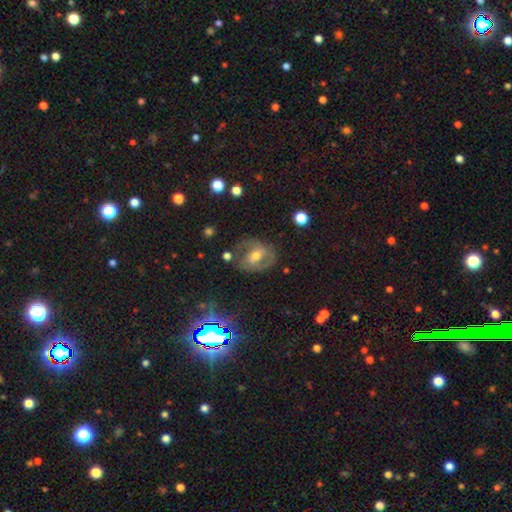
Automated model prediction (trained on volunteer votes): The model was most divided on "bar": weak: 42%, no: 32%, strong: 26%. More confident: edge-on disk — no (96%); spiral arms — yes (75%); merging — none (67%); smooth or featured — featured or disk (66%); bulge size — moderate (64%).